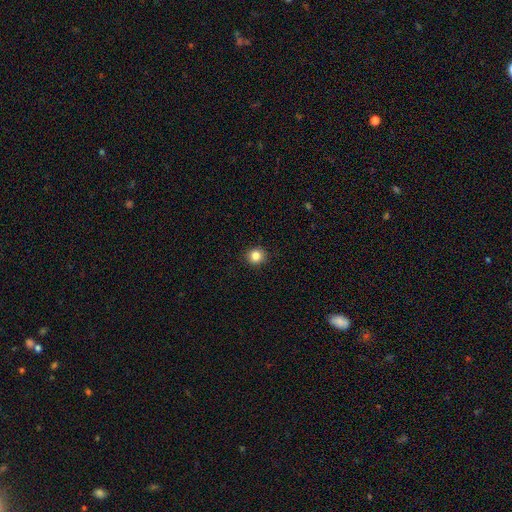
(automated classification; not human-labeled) smooth-or-featured: smooth: 85% | star or artifact: 11% | featured or disk: 4%
  how-rounded: round: 91% | in between: 8% | cigar-shaped: 1%
  merging: none: 92% | minor disturbance: 5% | major disturbance: 2% | merger: 1%